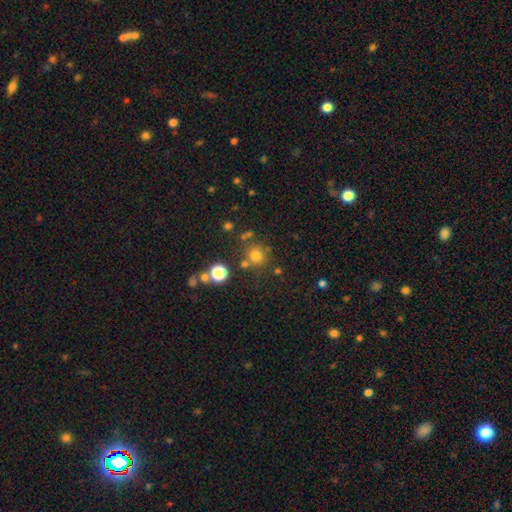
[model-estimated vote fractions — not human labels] The model was most divided on "smooth or featured": smooth: 73%, star or artifact: 19%, featured or disk: 8%. More confident: how rounded — round (91%); merging — none (73%).